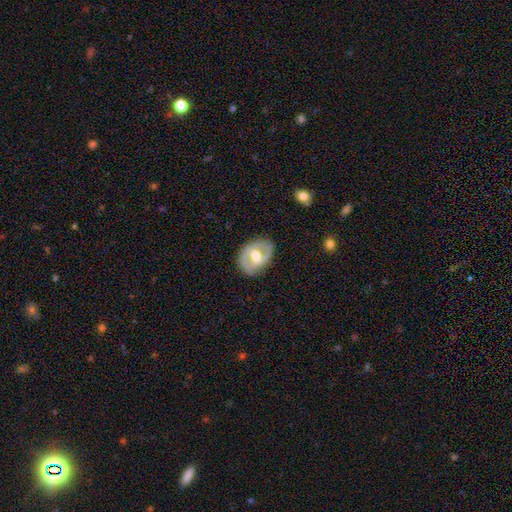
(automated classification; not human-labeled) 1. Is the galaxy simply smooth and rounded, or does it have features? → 70% featured or disk, 25% smooth, 5% star or artifact.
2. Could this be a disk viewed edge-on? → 95% no, 5% yes.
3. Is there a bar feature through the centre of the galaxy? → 48% weak, 28% strong, 24% no.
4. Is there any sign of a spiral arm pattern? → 67% yes, 33% no.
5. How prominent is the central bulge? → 72% moderate, 18% small, 7% large, 1% none, 1% dominant.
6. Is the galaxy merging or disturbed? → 78% none, 16% minor disturbance, 5% major disturbance, 1% merger.